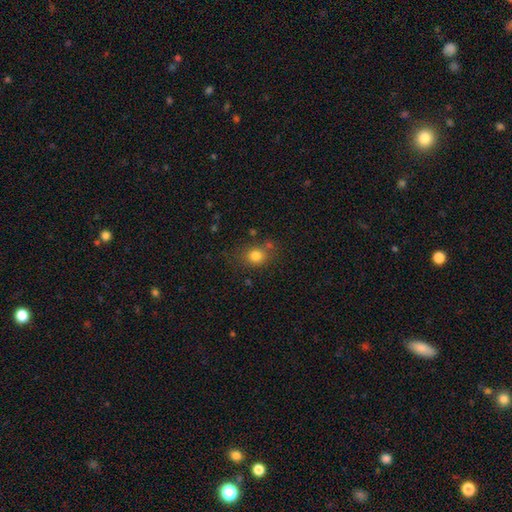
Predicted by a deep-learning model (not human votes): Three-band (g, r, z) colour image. It shows a smooth galaxy with no disk features (80%) that is round (67%). Merging: none (69%).